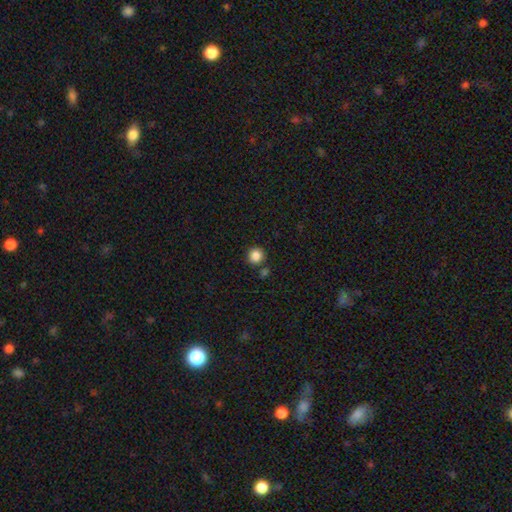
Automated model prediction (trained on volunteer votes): smooth_or_featured: smooth (p=0.86) [alt: star or artifact p=0.10]
how_rounded: round (p=0.94) [alt: in between p=0.05]
merging: none (p=0.82) [alt: merger p=0.08]